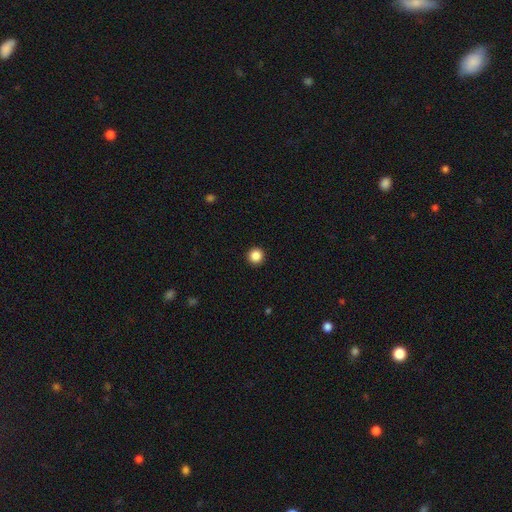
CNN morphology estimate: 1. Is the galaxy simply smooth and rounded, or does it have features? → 87% smooth, 10% star or artifact, 3% featured or disk.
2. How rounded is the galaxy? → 96% round, 3% in between, 1% cigar-shaped.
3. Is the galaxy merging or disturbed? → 94% none, 4% minor disturbance, 1% major disturbance, 1% merger.